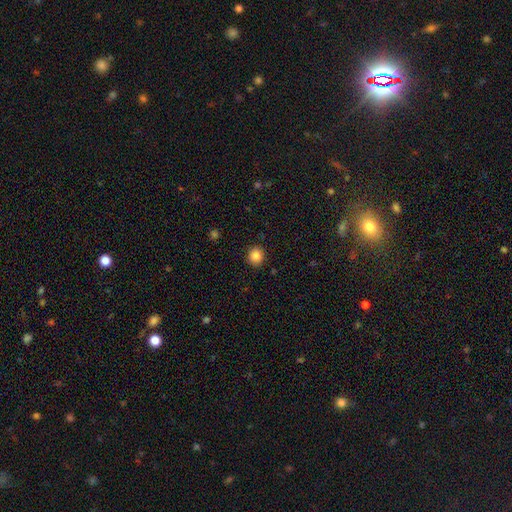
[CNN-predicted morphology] Smooth or featured: smooth — 86% (star or artifact — 10%)
How rounded: round — 87% (in between — 12%)
Merging: none — 91% (minor disturbance — 6%)